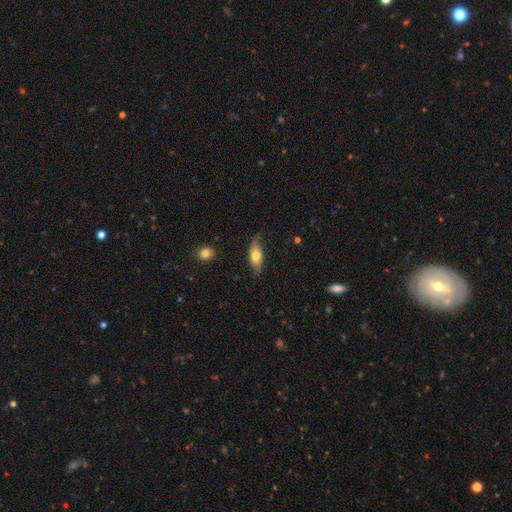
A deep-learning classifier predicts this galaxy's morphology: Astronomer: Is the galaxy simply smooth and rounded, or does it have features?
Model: smooth — 58% (runner-up: featured or disk, 35%).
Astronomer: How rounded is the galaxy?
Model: in between — 78%.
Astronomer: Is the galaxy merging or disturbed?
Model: none — 65%.